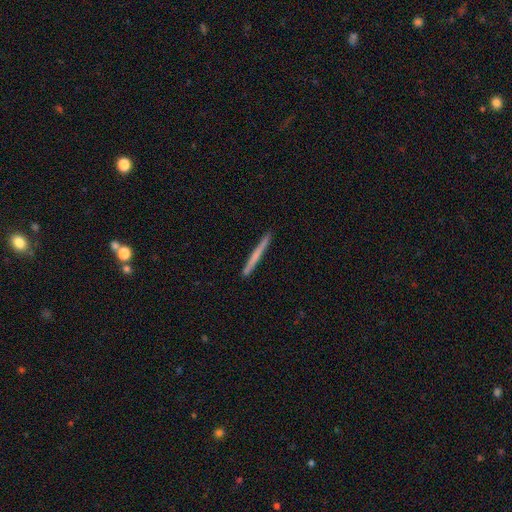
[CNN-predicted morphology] smooth_or_featured: smooth (p=0.57) [alt: featured or disk p=0.37]
how_rounded: cigar-shaped (p=0.97) [alt: in between p=0.02]
merging: none (p=0.92) [alt: minor disturbance p=0.06]